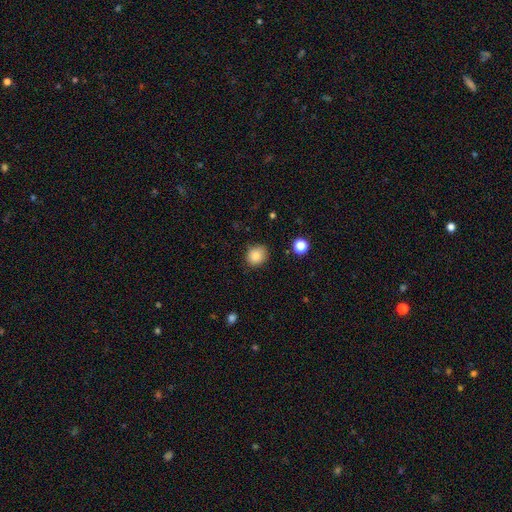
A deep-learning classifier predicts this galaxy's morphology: Q: Smooth or featured?
A: smooth (83%); runner-up: star or artifact (11%)
Q: How rounded?
A: round (74%); runner-up: in between (25%)
Q: Merging?
A: none (82%); runner-up: minor disturbance (14%)